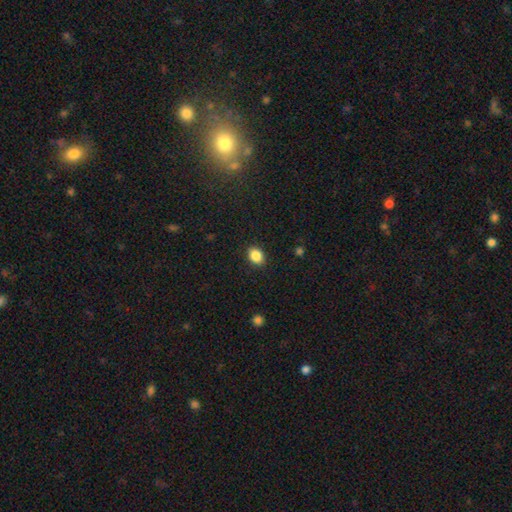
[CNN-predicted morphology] This is clearly a smooth galaxy (87%). How rounded: likely in between (60%). Merging: clearly none (89%).